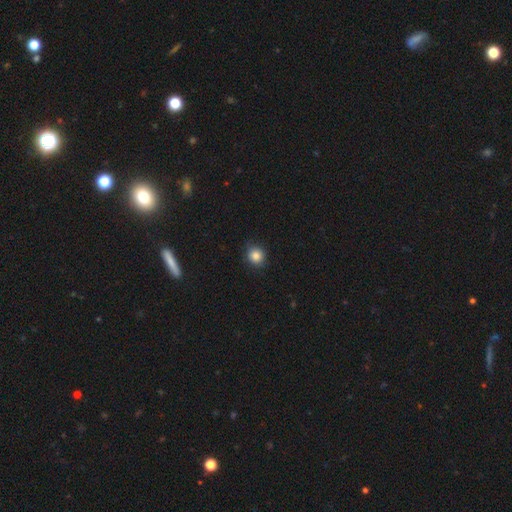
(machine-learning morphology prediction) This is clearly a smooth galaxy (85%). How rounded: clearly round (85%). Merging: clearly none (84%).